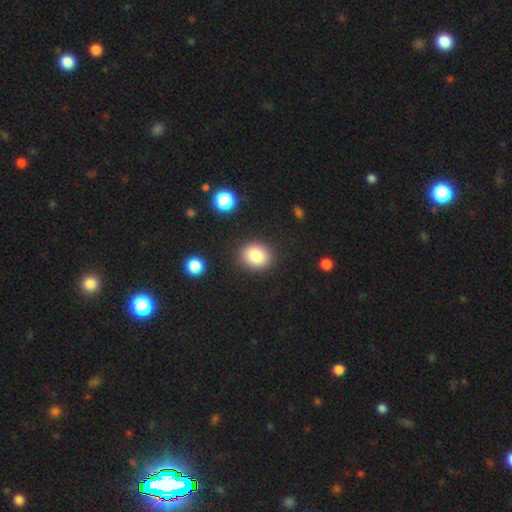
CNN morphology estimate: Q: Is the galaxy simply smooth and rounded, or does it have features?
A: smooth — 84%.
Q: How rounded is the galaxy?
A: round — 63%.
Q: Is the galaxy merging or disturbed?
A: none — 88%.